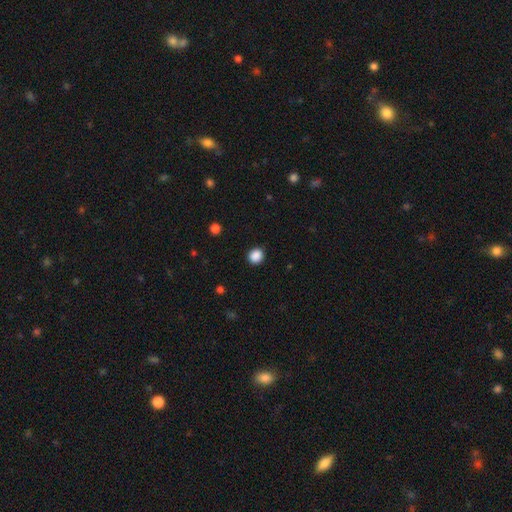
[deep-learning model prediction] Smooth or featured? Predicted: smooth (p=0.88). How rounded? Predicted: round (p=0.81). Merging? Predicted: none (p=0.90).